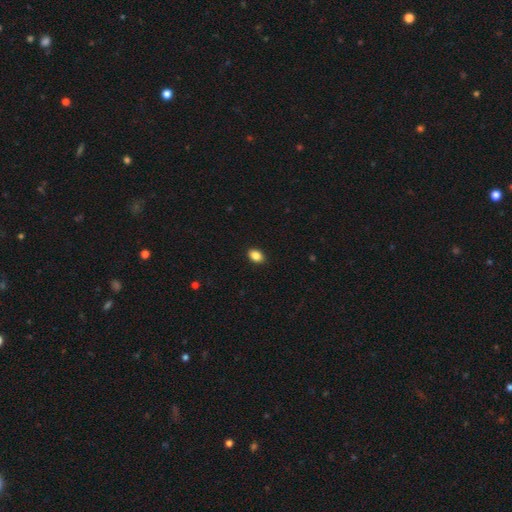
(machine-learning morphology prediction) Overall: smooth (87%). How rounded: in between (79%). Merging: none (90%).